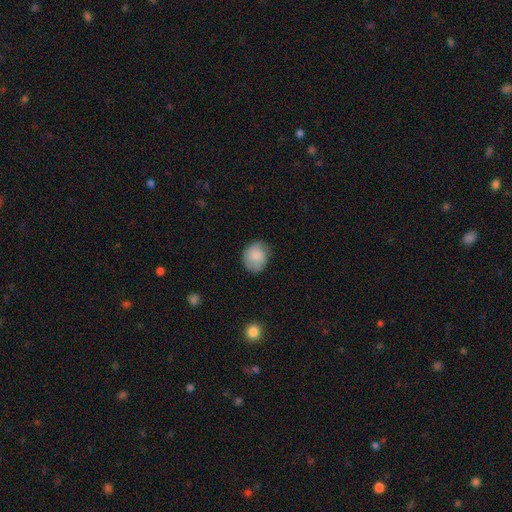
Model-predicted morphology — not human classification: Smooth or featured? smooth (84%)
How rounded? round (69%)
Merging? none (73%)